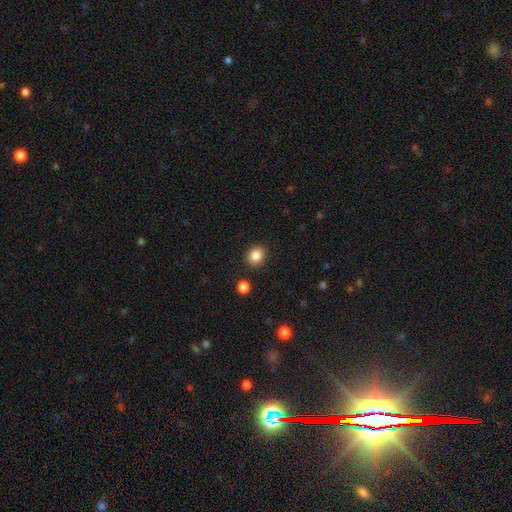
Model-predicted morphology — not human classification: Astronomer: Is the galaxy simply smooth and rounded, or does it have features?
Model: smooth — 85%.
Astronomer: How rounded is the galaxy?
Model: round — 73%.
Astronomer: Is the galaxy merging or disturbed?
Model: none — 89%.